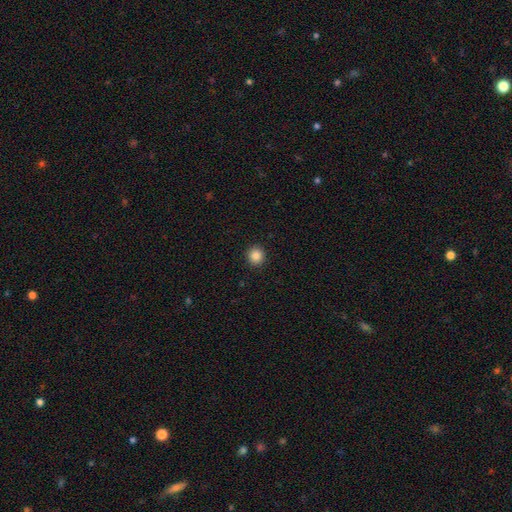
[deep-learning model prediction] This is clearly a smooth galaxy (86%). How rounded: clearly round (93%). Merging: clearly none (93%).